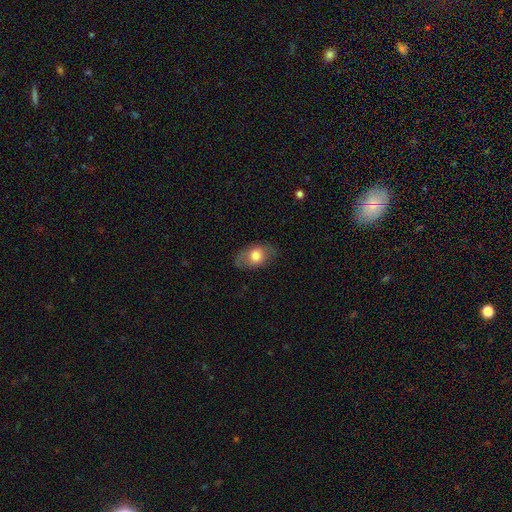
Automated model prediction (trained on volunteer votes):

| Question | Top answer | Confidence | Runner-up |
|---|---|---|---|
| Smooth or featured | smooth | 71% | featured or disk (22%) |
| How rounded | in between | 83% | round (15%) |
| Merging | none | 78% | minor disturbance (16%) |